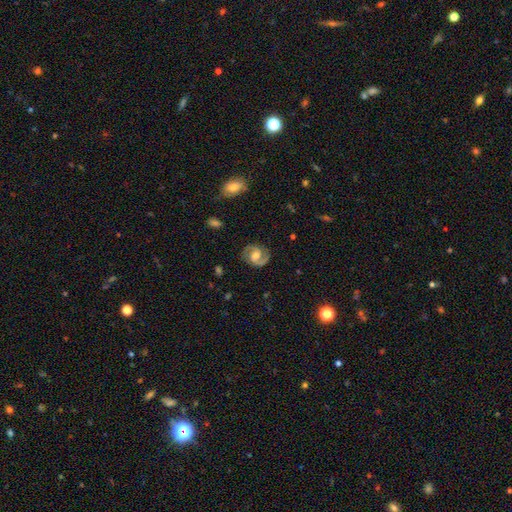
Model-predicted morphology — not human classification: This appears to be a featured or disk galaxy (82%) with a weak bar (47%), 2 (92%) medium (55%) spiral arms (96%) and a moderate central bulge (56%). Merging: none (82%).